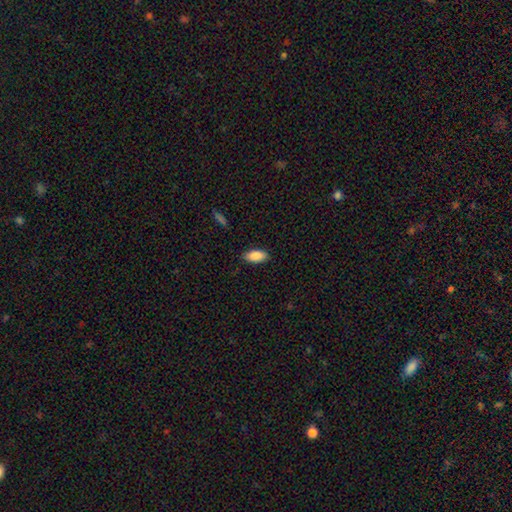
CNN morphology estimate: The model was most divided on "merging": none: 87%, minor disturbance: 10%, major disturbance: 2%, merger: 1%. More confident: how rounded — in between (90%); smooth or featured — smooth (88%).